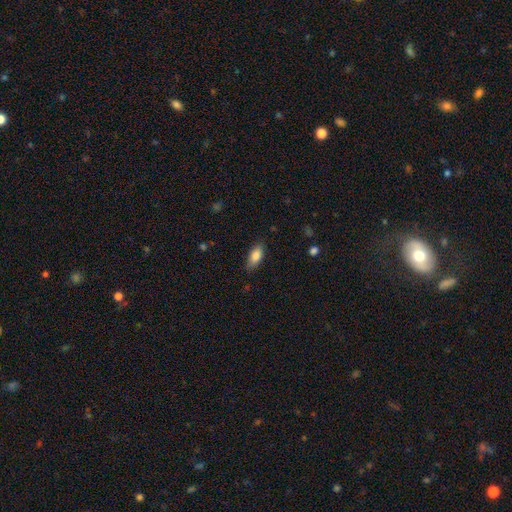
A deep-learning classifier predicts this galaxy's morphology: smooth_or_featured: smooth (p=0.84) [alt: featured or disk p=0.09]
how_rounded: in between (p=0.87) [alt: cigar-shaped p=0.11]
merging: none (p=0.82) [alt: minor disturbance p=0.14]